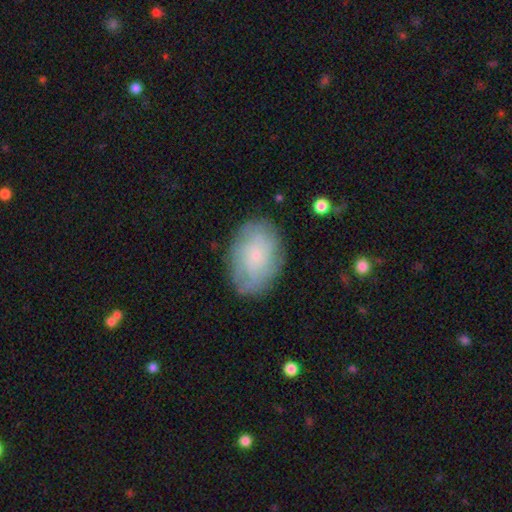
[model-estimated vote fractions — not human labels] The model was most divided on "smooth or featured": smooth: 47%, featured or disk: 45%, star or artifact: 8%. More confident: merging — none (77%).